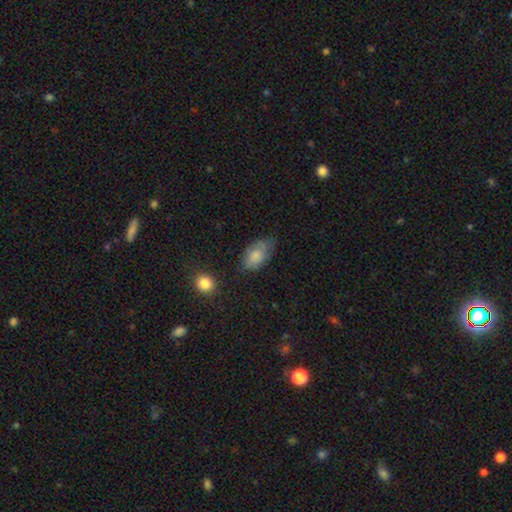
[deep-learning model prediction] A smooth galaxy with no disk features (76%) that is in between round and cigar-shaped (92%).

Vote fractions:
- Smooth or featured? smooth: 76% / featured or disk: 16% / star or artifact: 8%
- How rounded? in between: 92% / round: 6% / cigar-shaped: 2%
- Merging? none: 49% / minor disturbance: 35% / major disturbance: 13% / merger: 3%